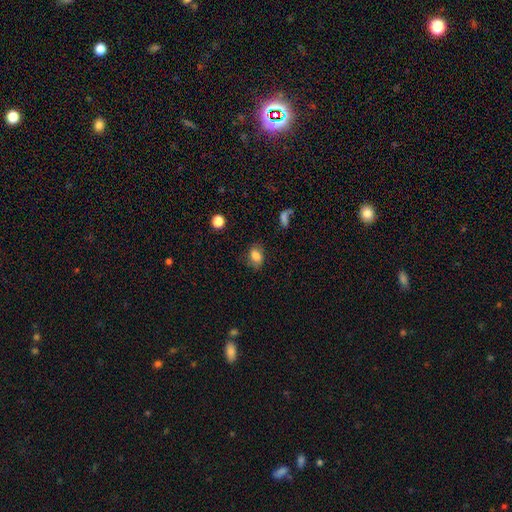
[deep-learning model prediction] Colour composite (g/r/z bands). It shows a smooth galaxy with no disk features (82%) that is in between round and cigar-shaped (78%). Merging: none (74%).